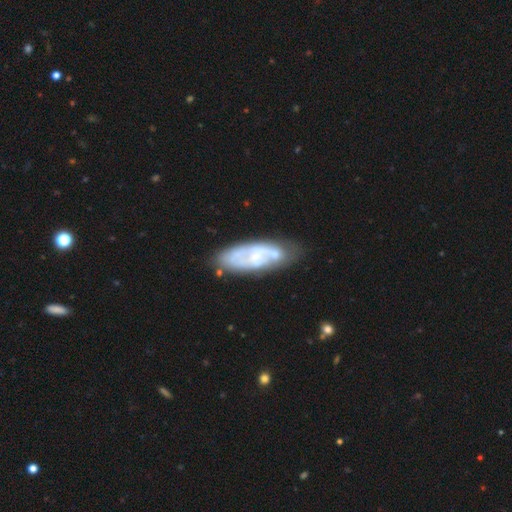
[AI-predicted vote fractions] Q: Smooth or featured?
A: featured or disk (65%); runner-up: smooth (28%)
Q: Edge-on disk?
A: no (88%); runner-up: yes (12%)
Q: Bar?
A: no (64%); runner-up: weak (29%)
Q: Spiral arms?
A: yes (68%); runner-up: no (32%)
Q: Bulge size?
A: small (56%); runner-up: moderate (21%)
Q: Merging?
A: none (66%); runner-up: minor disturbance (20%)